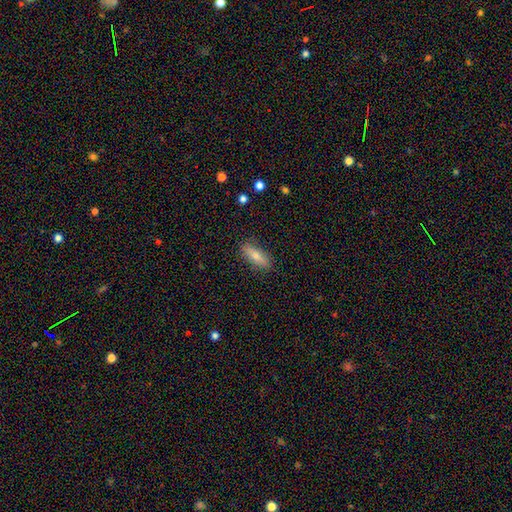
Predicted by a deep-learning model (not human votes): This is likely a smooth galaxy (67%). How rounded: possibly in between (54%). Merging: clearly none (87%).